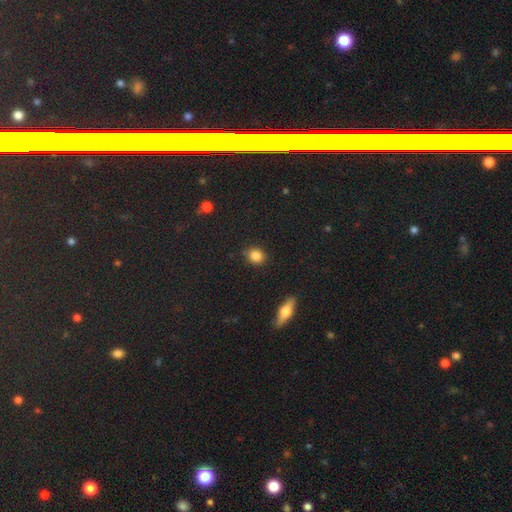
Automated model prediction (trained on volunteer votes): smooth_or_featured: smooth (p=0.84) [alt: star or artifact p=0.10]
how_rounded: round (p=0.72) [alt: in between p=0.26]
merging: none (p=0.86) [alt: minor disturbance p=0.10]